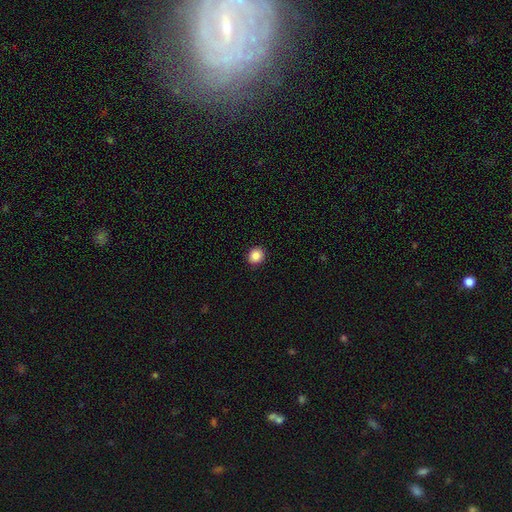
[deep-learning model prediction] smooth_or_featured: smooth (p=0.87) [alt: star or artifact p=0.09]
how_rounded: round (p=0.82) [alt: in between p=0.17]
merging: none (p=0.92) [alt: minor disturbance p=0.05]